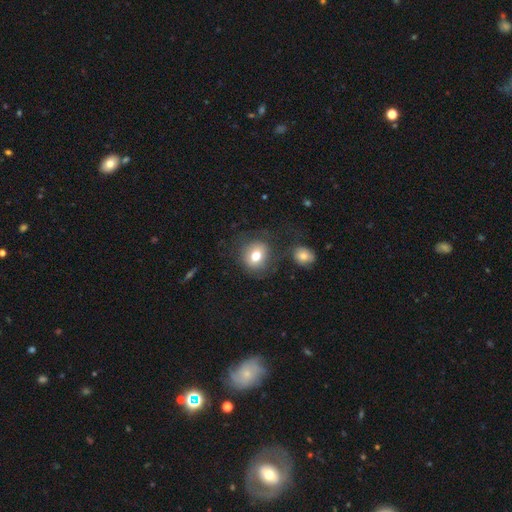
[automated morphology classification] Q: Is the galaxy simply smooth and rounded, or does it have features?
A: smooth — 75%.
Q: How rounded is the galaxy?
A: round — 79%.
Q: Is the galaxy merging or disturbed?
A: none — 74%.